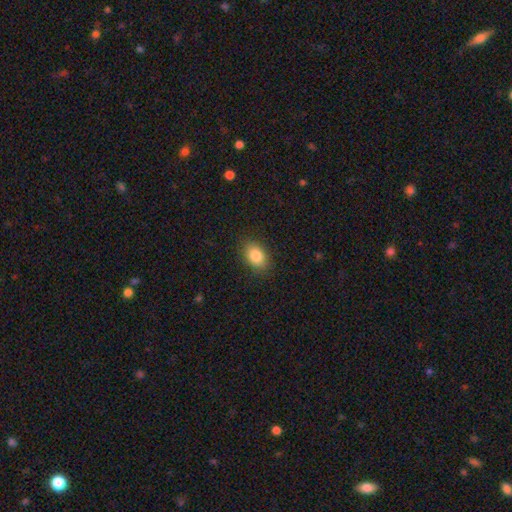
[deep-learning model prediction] A smooth galaxy with no disk features (85%) that is in between round and cigar-shaped (84%). Merging: none (87%).